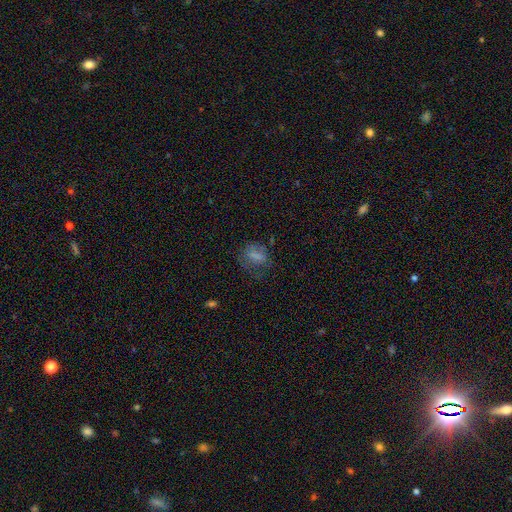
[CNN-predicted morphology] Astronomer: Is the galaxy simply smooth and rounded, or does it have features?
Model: smooth — 63%.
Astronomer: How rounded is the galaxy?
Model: in between — 59% (runner-up: round, 37%).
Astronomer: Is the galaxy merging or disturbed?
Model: none — 47% (runner-up: major disturbance, 26%).